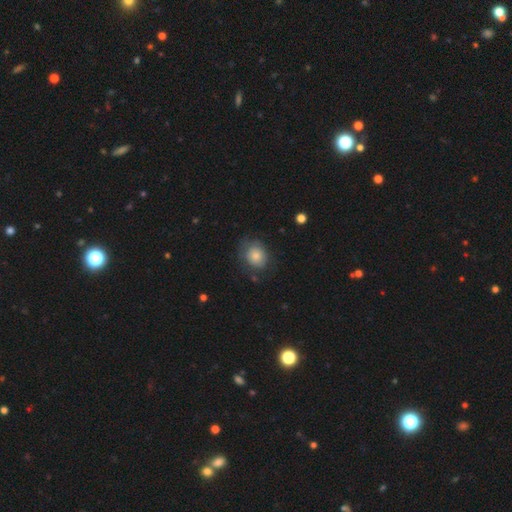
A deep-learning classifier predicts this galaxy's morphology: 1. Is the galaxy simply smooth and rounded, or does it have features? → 78% smooth, 14% featured or disk, 8% star or artifact.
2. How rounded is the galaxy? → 62% round, 37% in between, 1% cigar-shaped.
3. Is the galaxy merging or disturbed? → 67% none, 22% minor disturbance, 9% major disturbance, 2% merger.